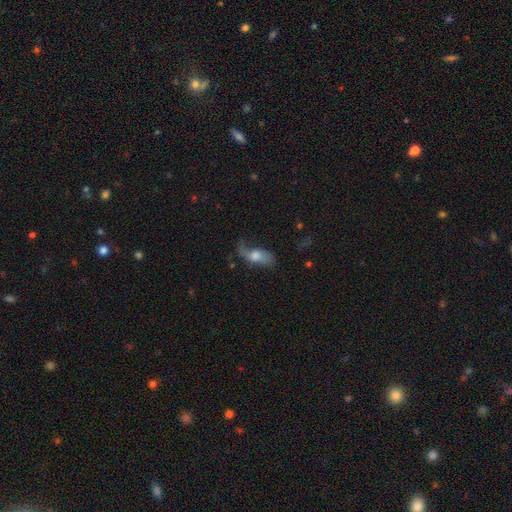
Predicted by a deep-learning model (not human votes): smooth_or_featured: featured or disk (p=0.46) [alt: smooth p=0.45]
merging: none (p=0.42) [alt: minor disturbance p=0.29]